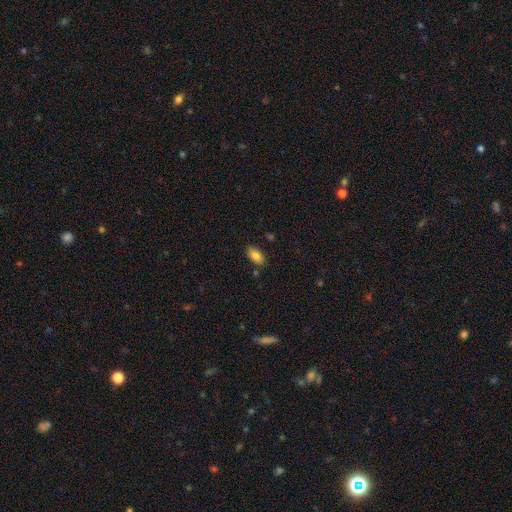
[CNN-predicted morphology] smooth_or_featured: smooth (p=0.83) [alt: featured or disk p=0.09]
how_rounded: in between (p=0.93) [alt: round p=0.04]
merging: none (p=0.84) [alt: minor disturbance p=0.11]